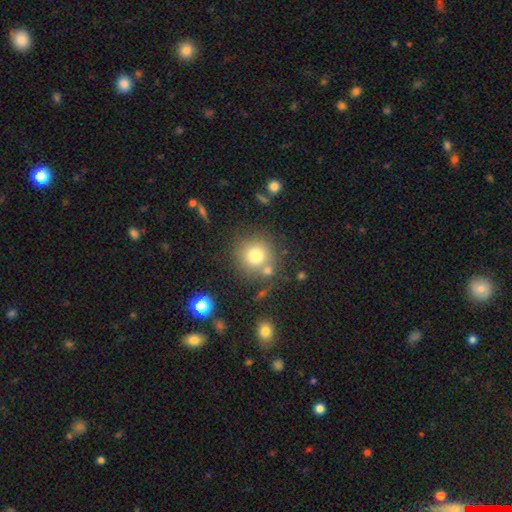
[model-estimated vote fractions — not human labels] Smooth or featured: smooth — 77% (star or artifact — 12%)
How rounded: round — 92% (in between — 7%)
Merging: none — 71% (merger — 14%)